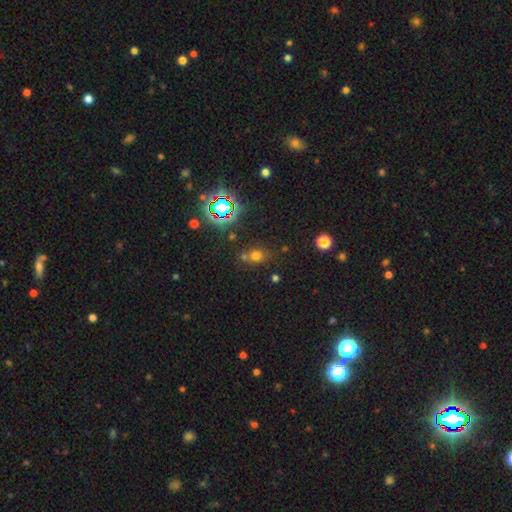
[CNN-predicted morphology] smooth_or_featured: smooth (p=0.61) [alt: star or artifact p=0.30]
how_rounded: round (p=0.62) [alt: in between p=0.36]
merging: none (p=0.62) [alt: merger p=0.21]